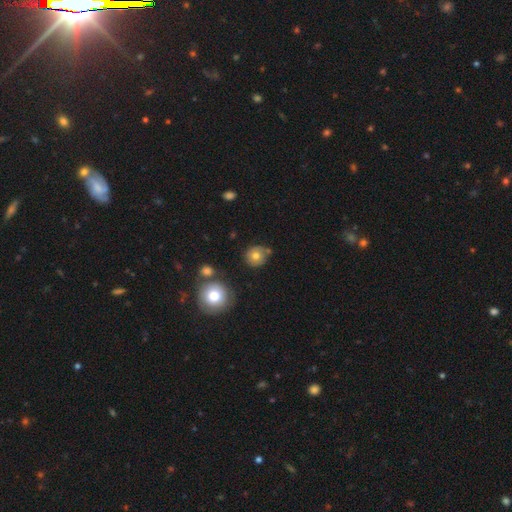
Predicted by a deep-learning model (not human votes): A smooth galaxy with no disk features (72%) that is round (90%). Merging: none (72%).